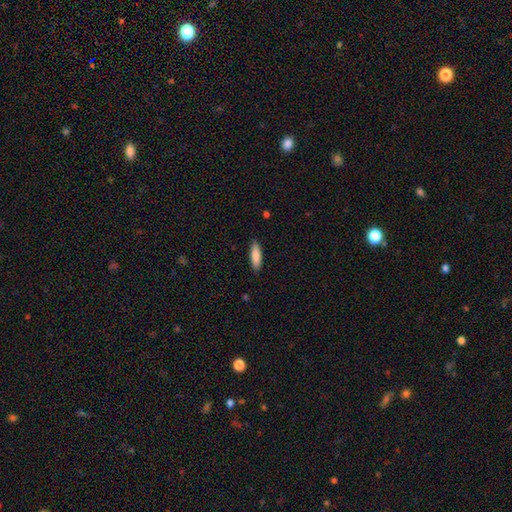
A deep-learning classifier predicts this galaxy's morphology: smooth_or_featured: smooth (p=0.86) [alt: featured or disk p=0.08]
how_rounded: cigar-shaped (p=0.55) [alt: in between p=0.44]
merging: none (p=0.89) [alt: minor disturbance p=0.09]